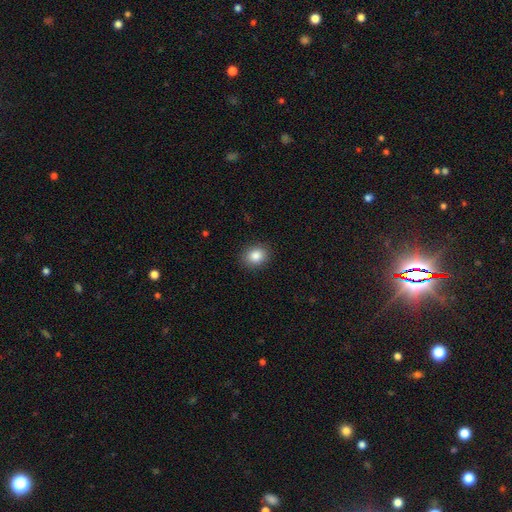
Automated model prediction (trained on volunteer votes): Overall: smooth (86%). How rounded: round (59%; in between 40%). Merging: none (89%).